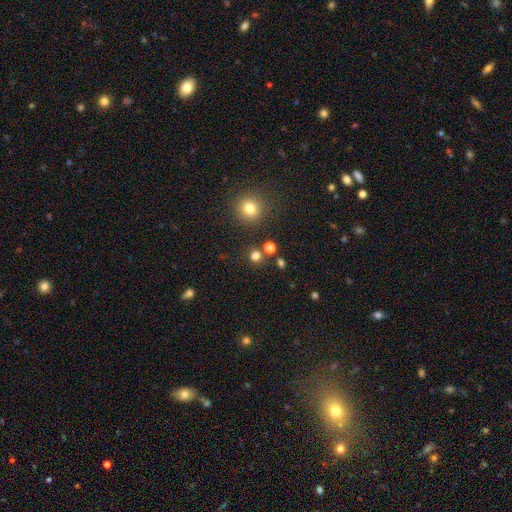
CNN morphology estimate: Q: Smooth or featured?
A: smooth (75%); runner-up: star or artifact (20%)
Q: How rounded?
A: round (92%); runner-up: in between (7%)
Q: Merging?
A: none (82%); runner-up: merger (8%)